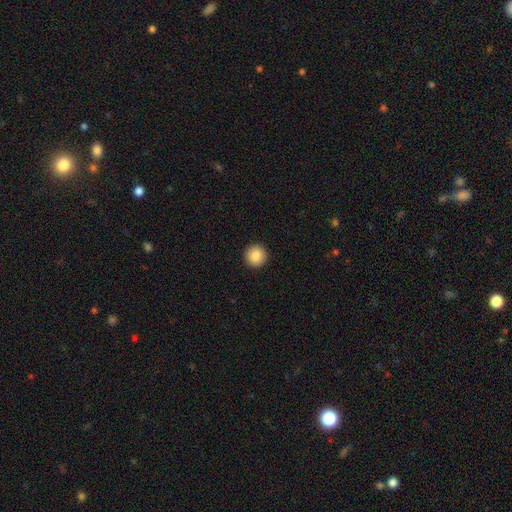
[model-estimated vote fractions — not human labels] Smooth or featured?
  - smooth: 87% *
  - star or artifact: 8%
  - featured or disk: 4%
How rounded?
  - round: 96% *
  - in between: 3%
  - cigar-shaped: 1%
Merging?
  - none: 93% *
  - minor disturbance: 4%
  - major disturbance: 1%
  - merger: 1%